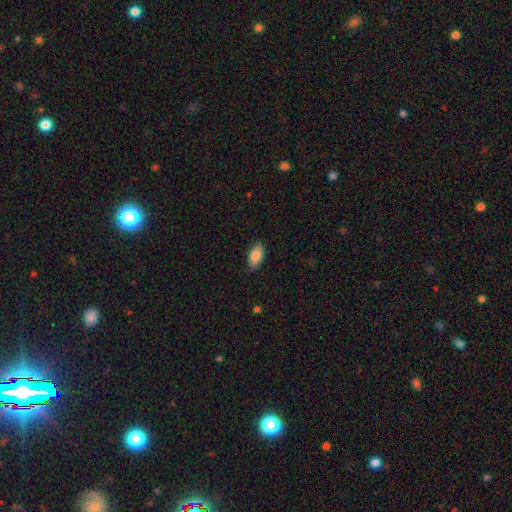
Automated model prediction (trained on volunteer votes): This appears to be a smooth galaxy with no disk features (87%) that is in between round and cigar-shaped (94%). Merging: none (85%).